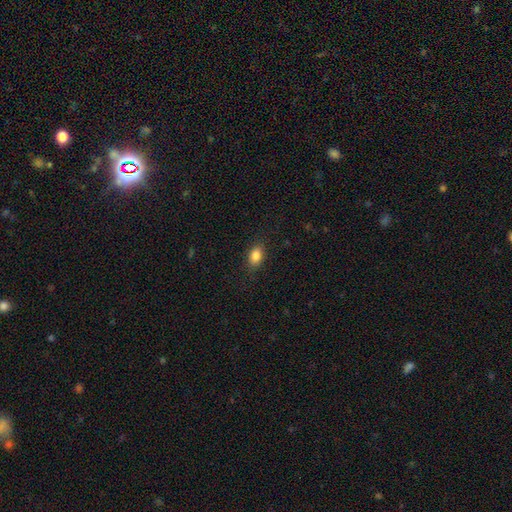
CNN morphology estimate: smooth_or_featured: smooth (p=0.85) [alt: star or artifact p=0.09]
how_rounded: in between (p=0.81) [alt: round p=0.16]
merging: none (p=0.87) [alt: minor disturbance p=0.10]